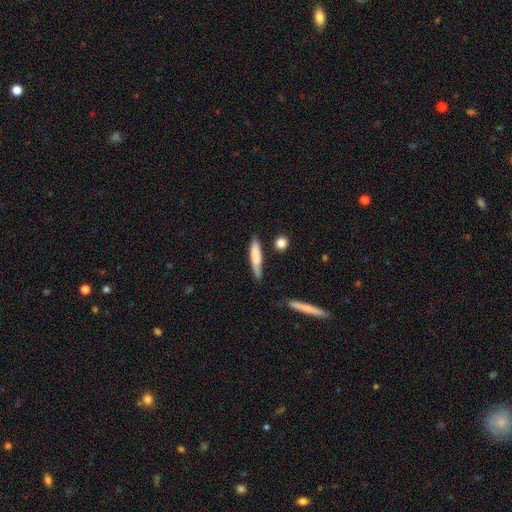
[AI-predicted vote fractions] Smooth or featured? smooth (72%)
How rounded? cigar-shaped (82%)
Merging? none (67%)